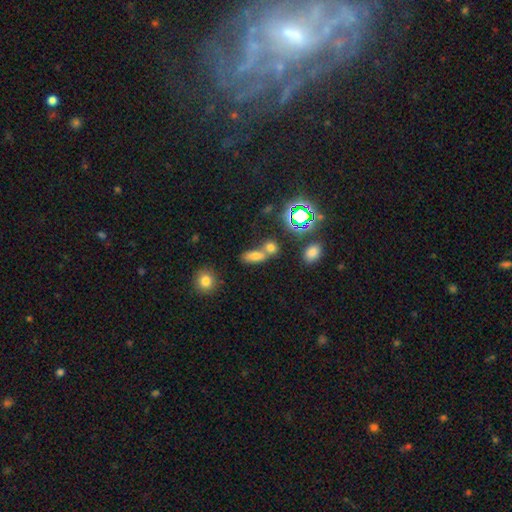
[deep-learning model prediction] smooth 65%, star or artifact 23%, featured or disk 12%. Down the decision tree: how rounded — in between (72%); merging — none (44%).